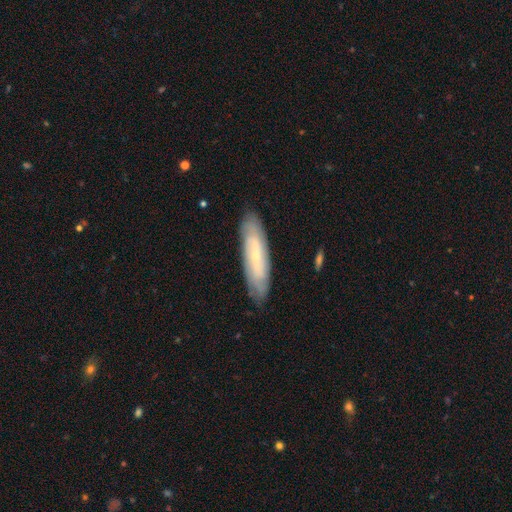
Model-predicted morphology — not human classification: Smooth or featured? Predicted: featured or disk (p=0.61). Edge-on disk? Predicted: no (p=0.72). Merging? Predicted: none (p=0.84).